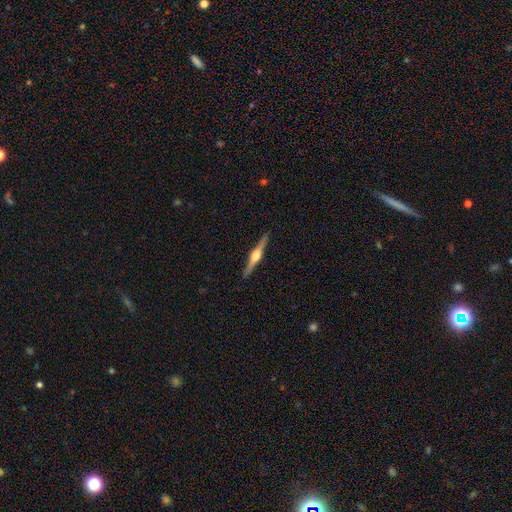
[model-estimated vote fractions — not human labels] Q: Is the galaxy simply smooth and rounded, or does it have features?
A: featured or disk — 83%.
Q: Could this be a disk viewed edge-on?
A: yes — 99%.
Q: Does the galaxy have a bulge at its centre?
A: rounded — 95%.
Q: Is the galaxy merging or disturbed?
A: none — 92%.